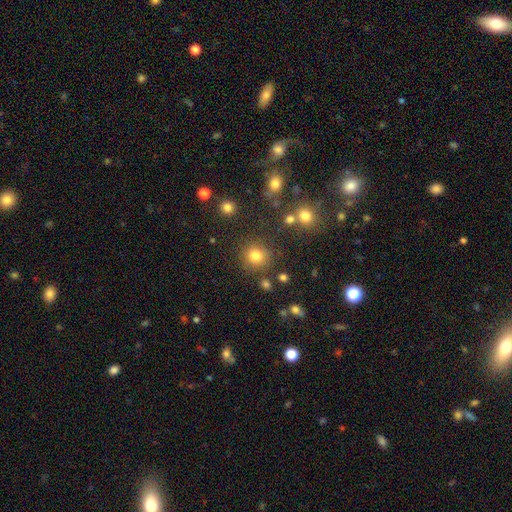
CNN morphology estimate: This is clearly a smooth galaxy (80%). How rounded: clearly round (91%). Merging: clearly none (84%).